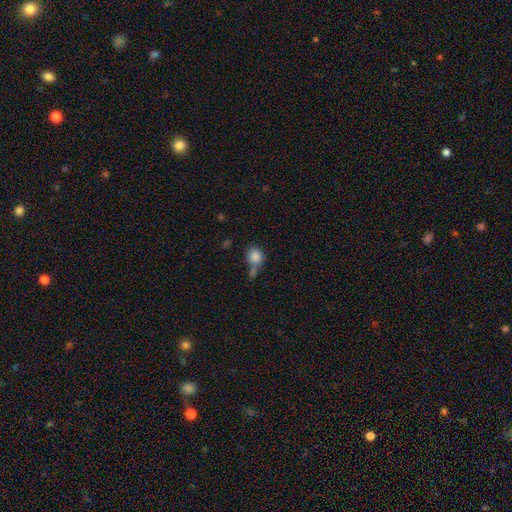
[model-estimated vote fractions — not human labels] Smooth or featured: smooth — 85% (star or artifact — 9%)
How rounded: round — 73% (in between — 25%)
Merging: none — 45% (merger — 32%)